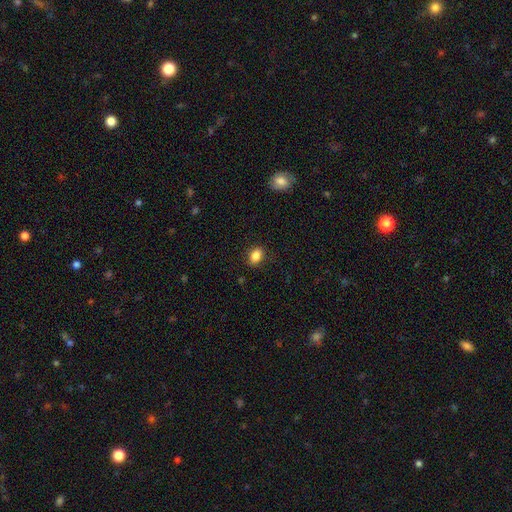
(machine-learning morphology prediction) Smooth or featured: smooth — 86% (star or artifact — 9%)
How rounded: in between — 75% (round — 23%)
Merging: none — 85% (minor disturbance — 11%)